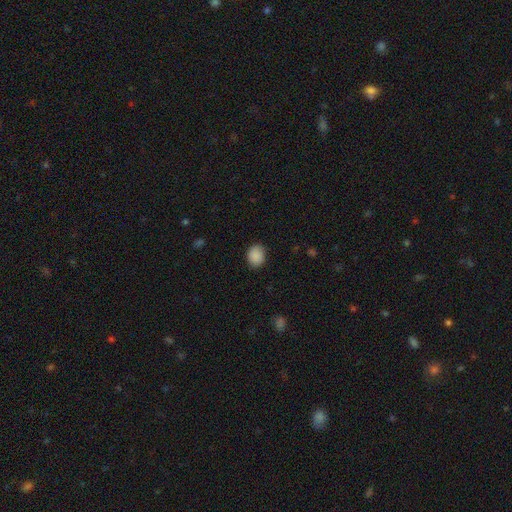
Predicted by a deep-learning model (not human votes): Morphology: type=smooth (89%); roundness=round (59%); merging=none (84%).